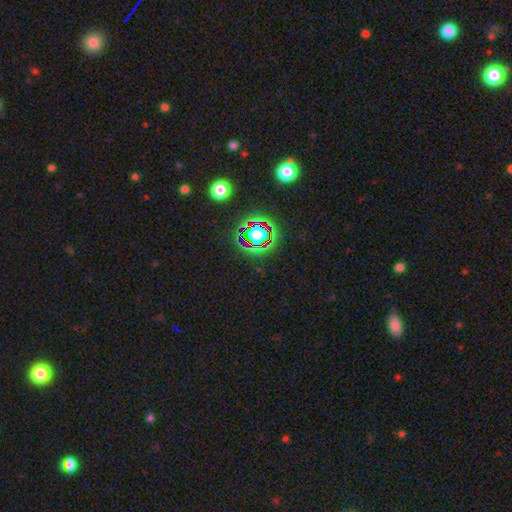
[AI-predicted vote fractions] smooth_or_featured: star or artifact (p=0.80) [alt: smooth p=0.12]